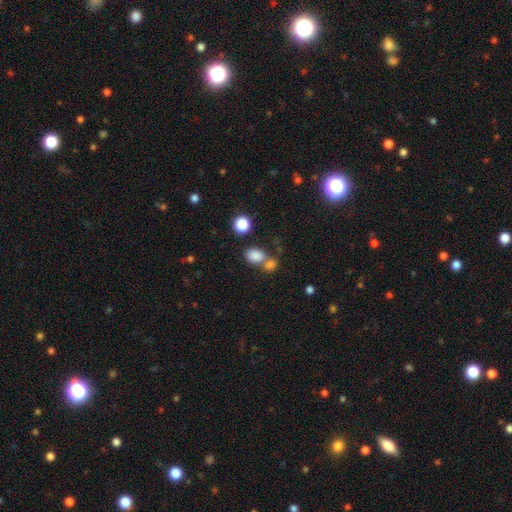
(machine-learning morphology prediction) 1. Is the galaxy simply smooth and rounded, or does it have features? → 82% smooth, 12% star or artifact, 6% featured or disk.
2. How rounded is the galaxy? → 64% in between, 35% round, 1% cigar-shaped.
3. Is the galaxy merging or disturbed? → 47% none, 39% merger, 10% minor disturbance, 5% major disturbance.